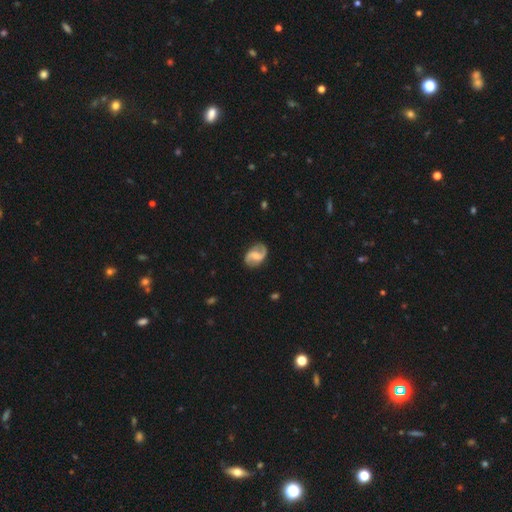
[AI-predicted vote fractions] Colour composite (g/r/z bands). It shows a featured or disk galaxy (79%) with a weak bar (50%), 2 (92%) loose (49%) spiral arms (95%) and a moderate central bulge (41%). Merging: none (81%).